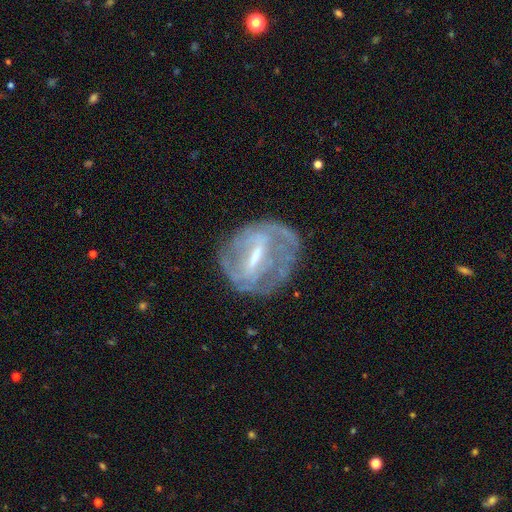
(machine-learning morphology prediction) Smooth or featured? featured or disk (76%)
Edge-on disk? no (94%)
Bar? strong (54%)
Spiral arms? yes (62%)
Bulge size? small (44%)
Merging? none (63%)